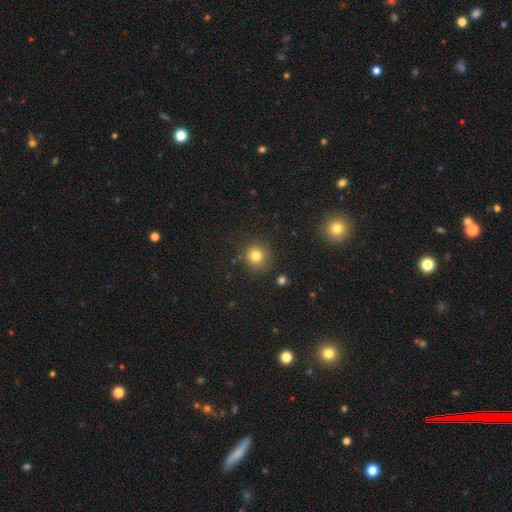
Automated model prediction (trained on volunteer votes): A smooth galaxy with no disk features (80%) that is round (91%).

Vote fractions:
- Smooth or featured? smooth: 80% / star or artifact: 13% / featured or disk: 7%
- How rounded? round: 91% / in between: 8% / cigar-shaped: 1%
- Merging? none: 86% / minor disturbance: 8% / major disturbance: 3% / merger: 3%